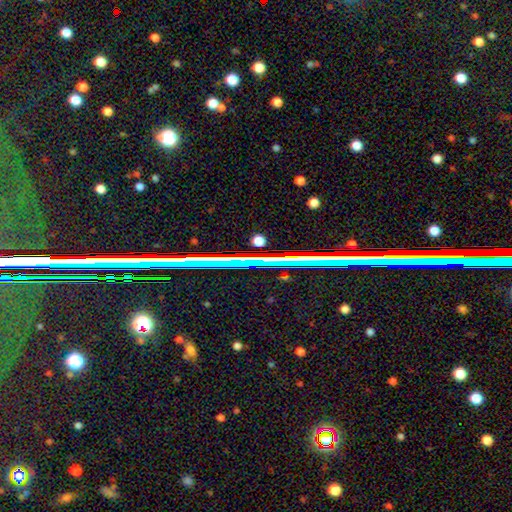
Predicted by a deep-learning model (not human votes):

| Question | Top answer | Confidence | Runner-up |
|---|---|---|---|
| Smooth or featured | star or artifact | 63% | featured or disk (19%) |